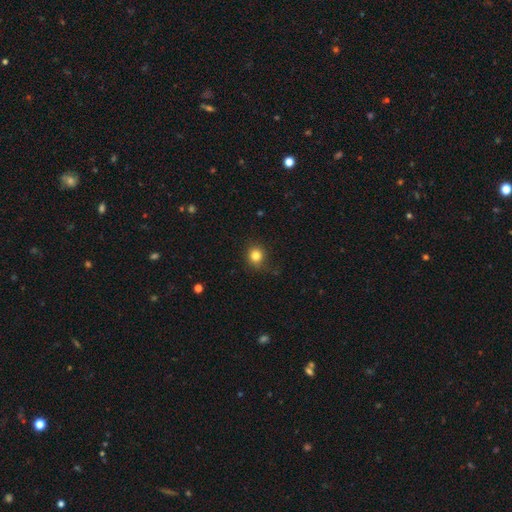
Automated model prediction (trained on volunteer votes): smooth 83%, star or artifact 12%, featured or disk 5%. Down the decision tree: how rounded — round (87%); merging — none (81%).